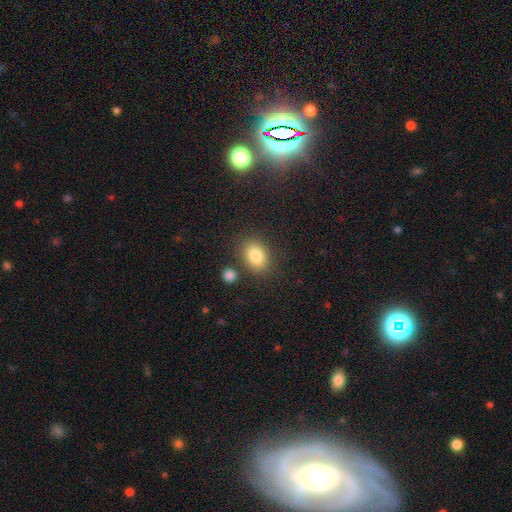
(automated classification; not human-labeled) Smooth or featured: smooth — 84% (star or artifact — 9%)
How rounded: in between — 69% (round — 30%)
Merging: none — 79% (minor disturbance — 11%)